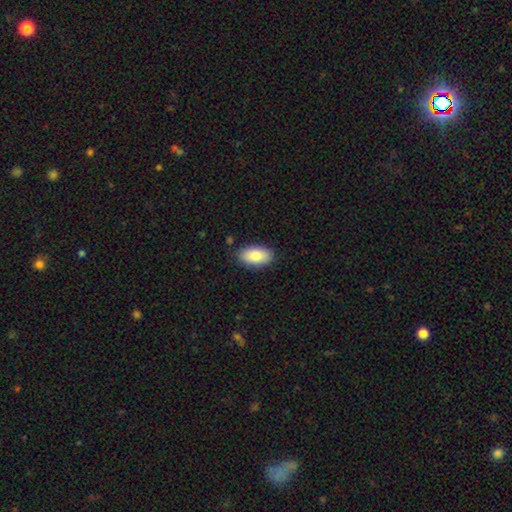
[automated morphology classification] Overall: smooth (83%). How rounded: in between (94%). Merging: none (86%).